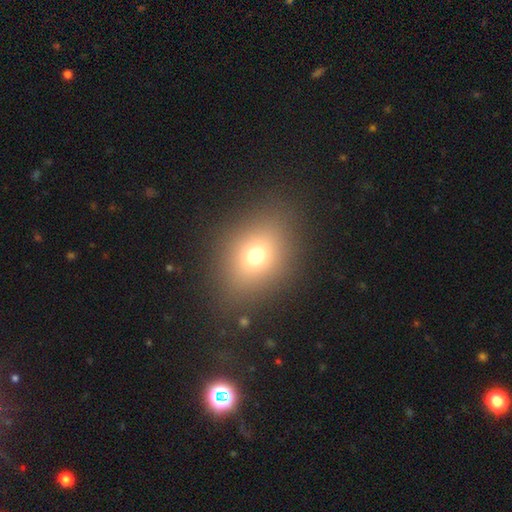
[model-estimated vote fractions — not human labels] Smooth or featured? smooth (69%)
How rounded? in between (56%)
Merging? none (85%)